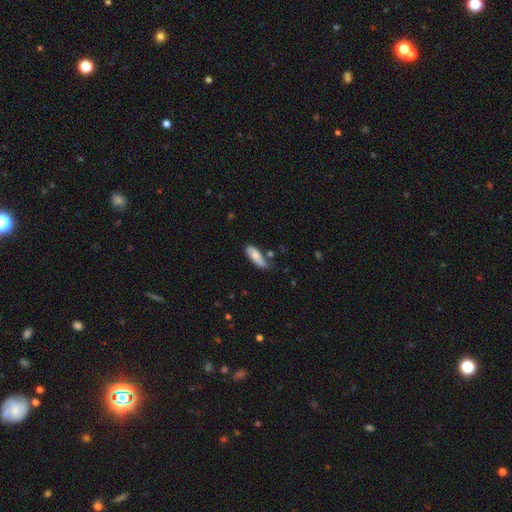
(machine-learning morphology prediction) Smooth or featured: smooth — 72% (featured or disk — 21%)
How rounded: in between — 60% (cigar-shaped — 38%)
Merging: none — 59% (minor disturbance — 27%)